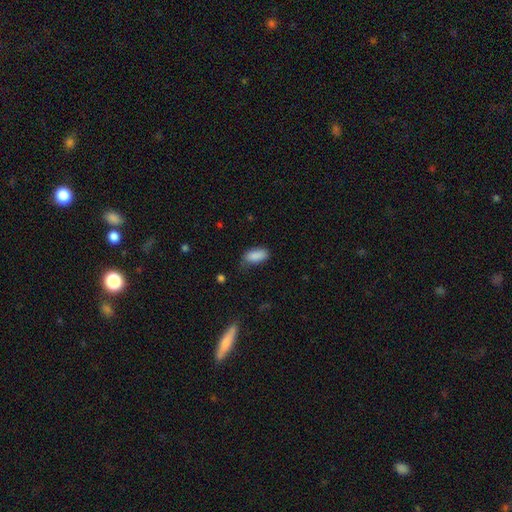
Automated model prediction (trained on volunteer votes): The model was most divided on "merging": none: 57%, minor disturbance: 32%, major disturbance: 9%, merger: 2%. More confident: how rounded — in between (92%); smooth or featured — smooth (88%).